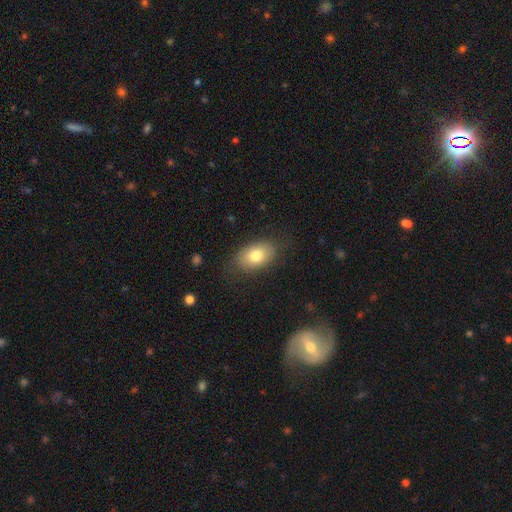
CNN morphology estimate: Smooth or featured?
  - smooth: 77% *
  - featured or disk: 15%
  - star or artifact: 8%
How rounded?
  - in between: 87% *
  - round: 11%
  - cigar-shaped: 1%
Merging?
  - none: 80% *
  - minor disturbance: 14%
  - major disturbance: 5%
  - merger: 1%